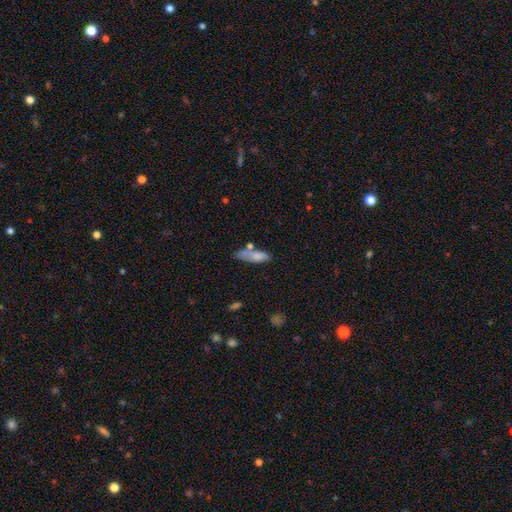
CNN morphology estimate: This is likely a smooth galaxy (75%). How rounded: possibly in between (51%). Merging: possibly none (49%).